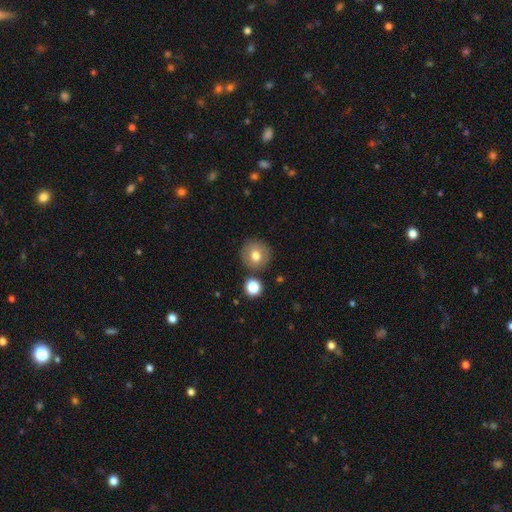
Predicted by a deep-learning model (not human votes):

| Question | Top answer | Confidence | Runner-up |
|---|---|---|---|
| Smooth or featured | smooth | 75% | featured or disk (15%) |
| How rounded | round | 93% | in between (6%) |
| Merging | none | 84% | minor disturbance (8%) |